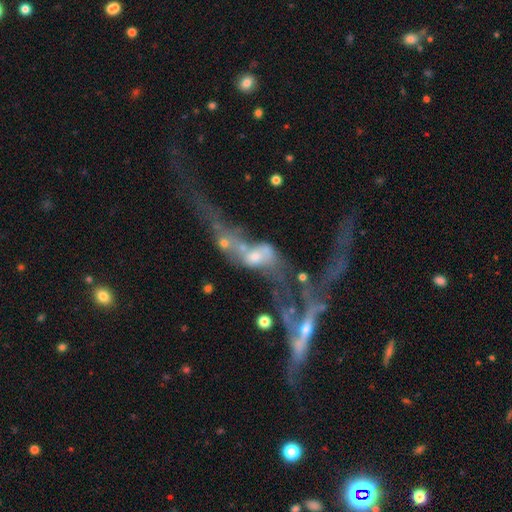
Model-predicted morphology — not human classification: Smooth or featured: featured or disk — 59% (smooth — 22%)
Edge-on disk: no — 87% (yes — 13%)
Bar: no — 75% (weak — 17%)
Spiral arms: no — 66% (yes — 34%)
Bulge size: moderate — 32% (none — 29%)
Merging: merger — 62% (major disturbance — 22%)